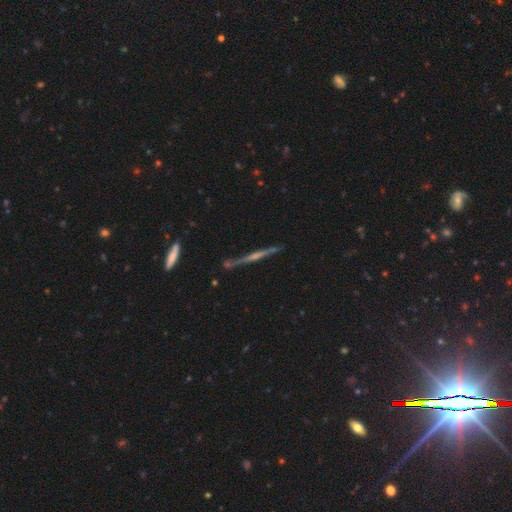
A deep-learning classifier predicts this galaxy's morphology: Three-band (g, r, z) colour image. It shows a featured or disk galaxy (55%) viewed edge-on (88%). Merging: none (79%).